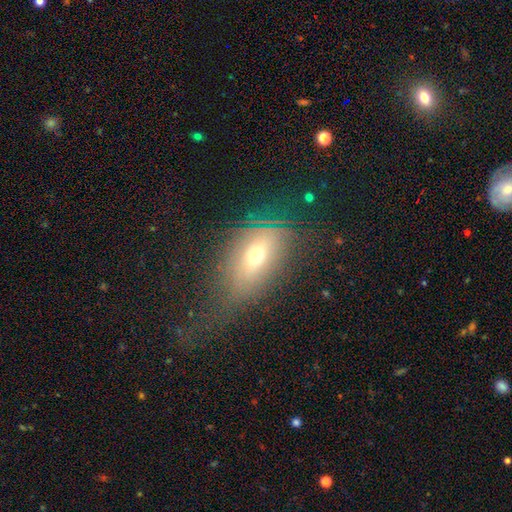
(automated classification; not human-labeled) Smooth or featured? Predicted: smooth (p=0.55). How rounded? Predicted: in between (p=0.76). Merging? Predicted: none (p=0.58).